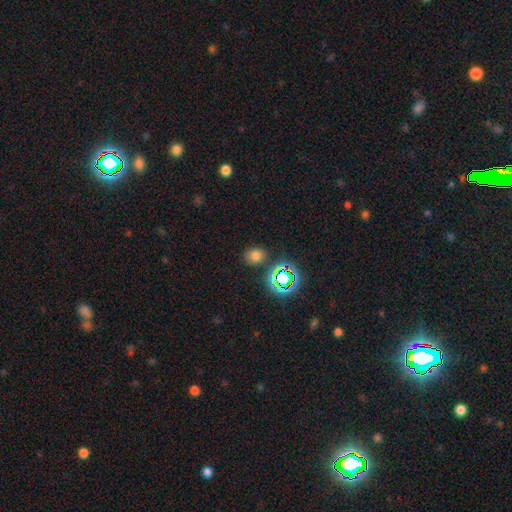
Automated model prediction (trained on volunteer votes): A smooth galaxy with no disk features (68%) that is round (57%). Merging: none (81%).